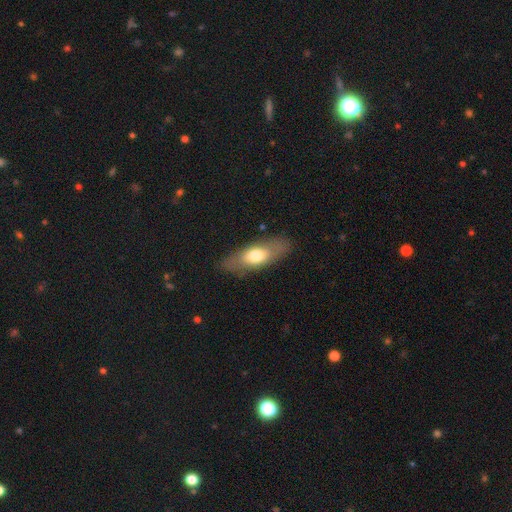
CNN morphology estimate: A smooth galaxy with no disk features (62%) that is in between round and cigar-shaped (70%).

Vote fractions:
- Smooth or featured? smooth: 62% / featured or disk: 32% / star or artifact: 6%
- How rounded? in between: 70% / cigar-shaped: 26% / round: 4%
- Merging? none: 82% / minor disturbance: 13% / major disturbance: 4% / merger: 1%